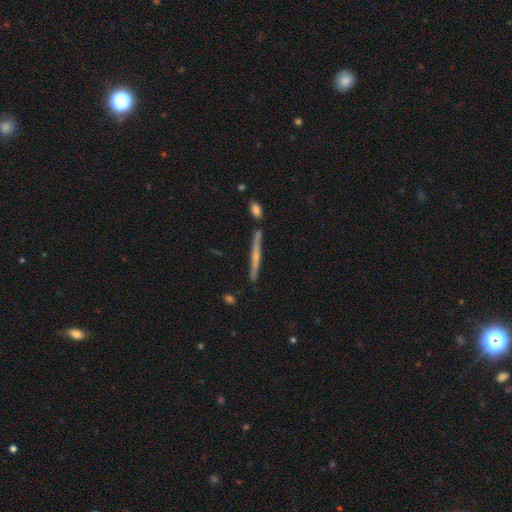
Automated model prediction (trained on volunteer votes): smooth-or-featured: featured or disk: 66% | smooth: 28% | star or artifact: 6%
  disk-edge-on: yes: 97% | no: 3%
    edge-on-bulge: rounded: 56% | none: 37% | boxy: 8%
  merging: none: 85% | minor disturbance: 8% | merger: 4% | major disturbance: 2%